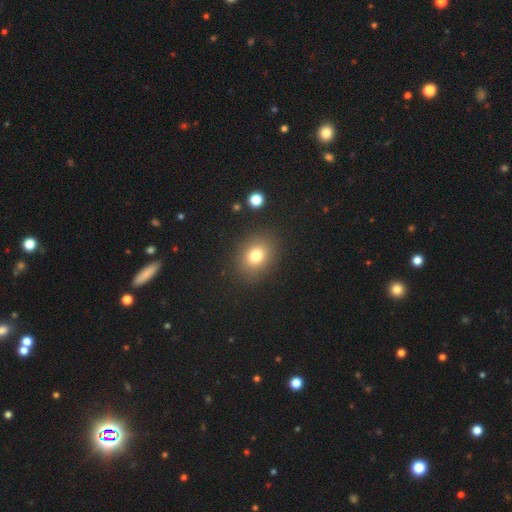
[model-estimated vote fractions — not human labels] Smooth or featured? smooth (78%)
How rounded? round (50%)
Merging? none (86%)